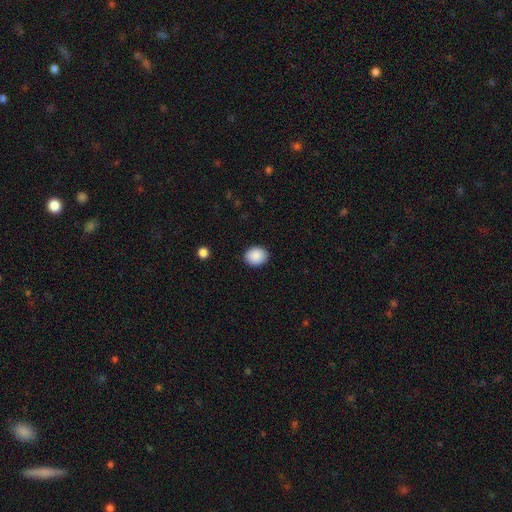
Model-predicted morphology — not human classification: A smooth galaxy with no disk features (89%) that is round (59%). Merging: none (89%).